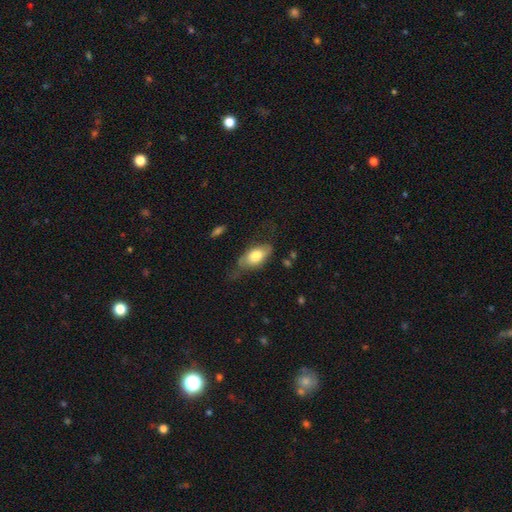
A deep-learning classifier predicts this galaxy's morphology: Smooth or featured?
  - smooth: 64% *
  - featured or disk: 30%
  - star or artifact: 6%
How rounded?
  - in between: 87% *
  - cigar-shaped: 8%
  - round: 4%
Merging?
  - none: 49% *
  - minor disturbance: 30%
  - major disturbance: 19%
  - merger: 2%